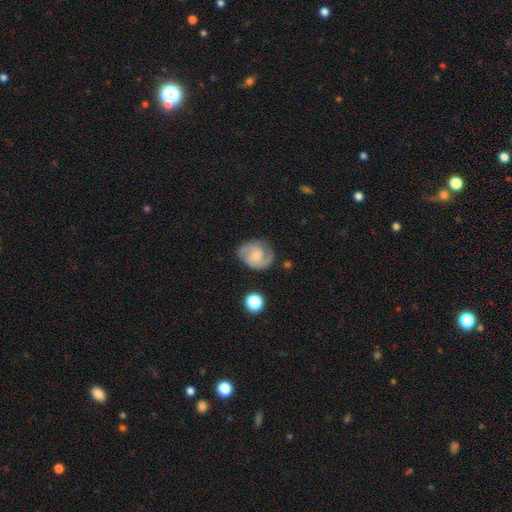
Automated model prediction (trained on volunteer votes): The model was most divided on "bulge size": small: 32%, none: 29%, moderate: 27%, large: 11%, dominant: 2%. Remaining: edge-on disk — no (98%); spiral arms — yes (95%); spiral arm count — 2 (84%); merging — none (75%); smooth or featured — featured or disk (73%); bar — no (58%); spiral winding — medium (49%).